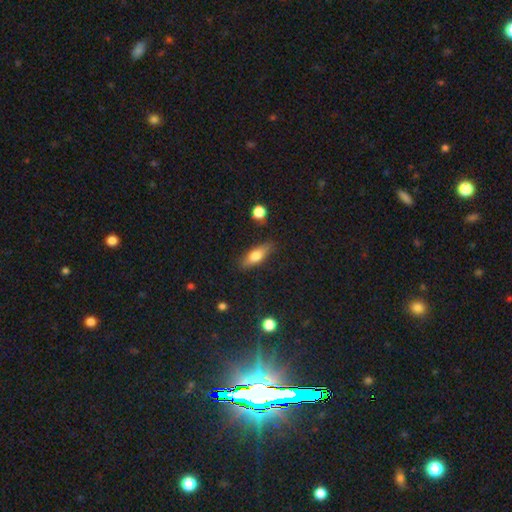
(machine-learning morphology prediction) A smooth galaxy with no disk features (70%) that is in between round and cigar-shaped (61%).

Vote fractions:
- Smooth or featured? smooth: 70% / featured or disk: 23% / star or artifact: 7%
- How rounded? in between: 61% / cigar-shaped: 35% / round: 4%
- Merging? none: 82% / minor disturbance: 13% / major disturbance: 3% / merger: 2%